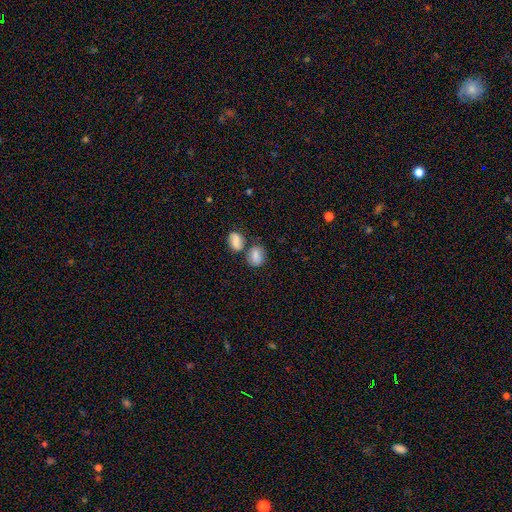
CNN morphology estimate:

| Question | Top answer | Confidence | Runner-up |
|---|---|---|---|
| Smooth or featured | smooth | 81% | featured or disk (10%) |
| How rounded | in between | 64% | round (34%) |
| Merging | none | 53% | merger (30%) |